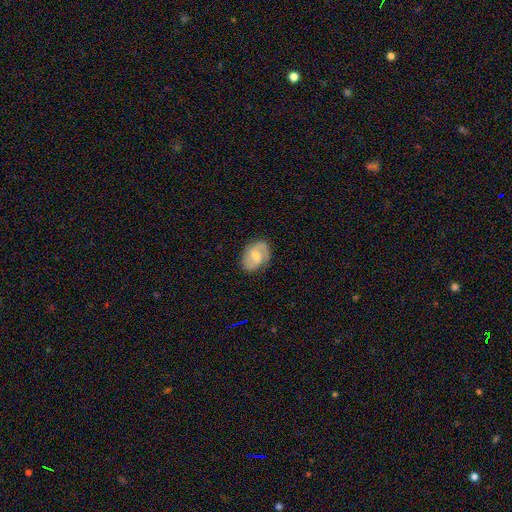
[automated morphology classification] Q: Smooth or featured?
A: featured or disk (64%); runner-up: smooth (29%)
Q: Edge-on disk?
A: no (96%); runner-up: yes (4%)
Q: Bar?
A: weak (50%); runner-up: no (39%)
Q: Spiral arms?
A: yes (89%); runner-up: no (11%)
Q: Spiral winding?
A: medium (46%); runner-up: tight (31%)
Q: Spiral arm count?
A: 2 (78%); runner-up: can't tell (11%)
Q: Bulge size?
A: moderate (55%); runner-up: small (36%)
Q: Merging?
A: none (78%); runner-up: minor disturbance (16%)